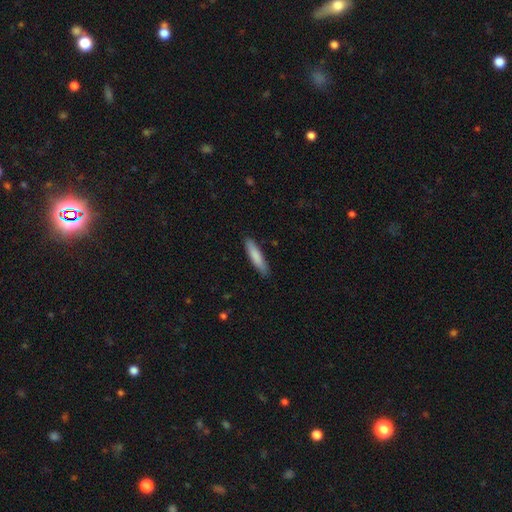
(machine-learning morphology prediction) This is clearly a smooth galaxy (83%). How rounded: clearly cigar-shaped (82%). Merging: clearly none (87%).